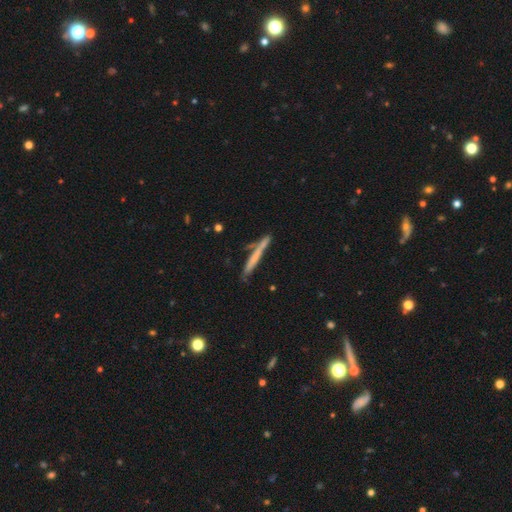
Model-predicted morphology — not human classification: Smooth or featured: smooth — 56% (featured or disk — 38%)
How rounded: cigar-shaped — 96% (in between — 2%)
Merging: none — 78% (minor disturbance — 13%)